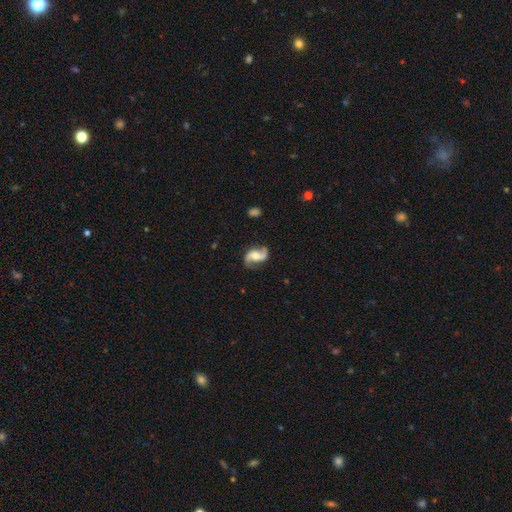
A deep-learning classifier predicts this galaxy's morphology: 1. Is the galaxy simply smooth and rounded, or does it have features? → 86% featured or disk, 9% smooth, 5% star or artifact.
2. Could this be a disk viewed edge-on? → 98% no, 2% yes.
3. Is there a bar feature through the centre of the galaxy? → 50% no, 37% weak, 13% strong.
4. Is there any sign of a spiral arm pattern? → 97% yes, 3% no.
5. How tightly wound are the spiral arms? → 59% loose, 33% medium, 9% tight.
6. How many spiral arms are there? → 93% 2, 2% 1, 2% can't tell, 1% 3, 1% 4, 1% more than 4.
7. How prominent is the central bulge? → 60% moderate, 21% small, 13% large, 4% none, 2% dominant.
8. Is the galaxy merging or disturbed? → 80% none, 13% minor disturbance, 5% major disturbance, 2% merger.